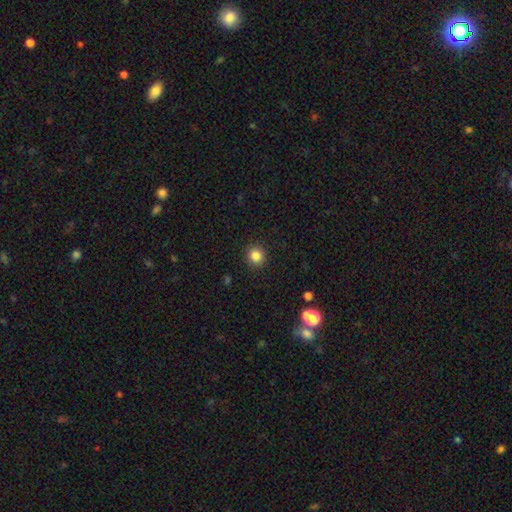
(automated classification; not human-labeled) Q: Smooth or featured?
A: smooth (84%); runner-up: star or artifact (11%)
Q: How rounded?
A: round (92%); runner-up: in between (7%)
Q: Merging?
A: none (92%); runner-up: minor disturbance (5%)